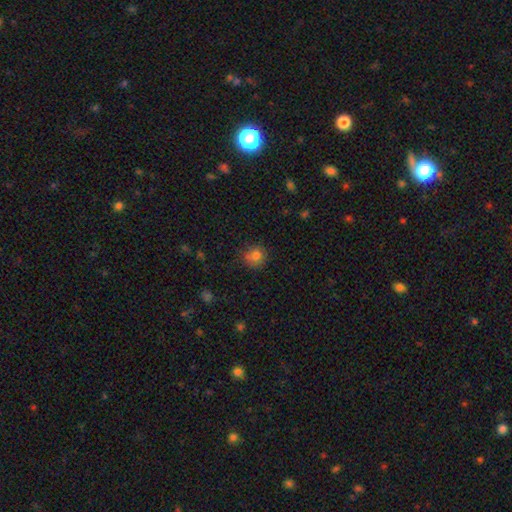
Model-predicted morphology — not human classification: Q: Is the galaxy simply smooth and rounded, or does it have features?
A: smooth — 79%.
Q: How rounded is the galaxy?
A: round — 89%.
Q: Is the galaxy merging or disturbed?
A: none — 75%.